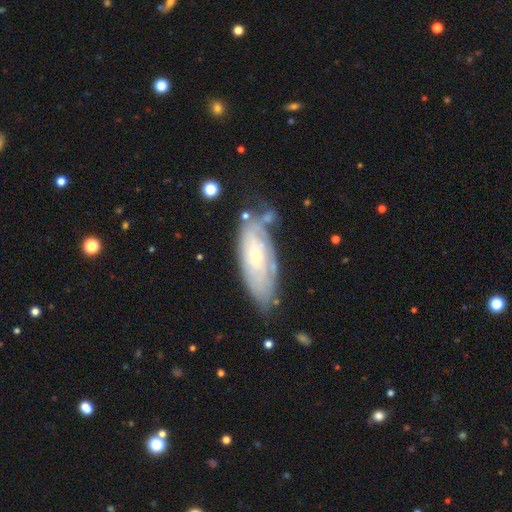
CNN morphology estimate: Smooth or featured? Predicted: featured or disk (p=0.67). Edge-on disk? Predicted: no (p=0.86). Bar? Predicted: no (p=0.76). Spiral arms? Predicted: yes (p=0.77). Bulge size? Predicted: small (p=0.73). Merging? Predicted: none (p=0.58).